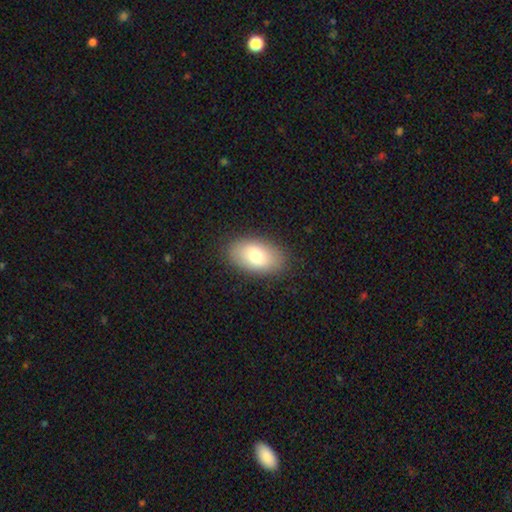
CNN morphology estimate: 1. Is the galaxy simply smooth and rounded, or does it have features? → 79% smooth, 14% featured or disk, 7% star or artifact.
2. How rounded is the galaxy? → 93% in between, 5% round, 2% cigar-shaped.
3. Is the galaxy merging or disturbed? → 87% none, 10% minor disturbance, 3% major disturbance, 1% merger.